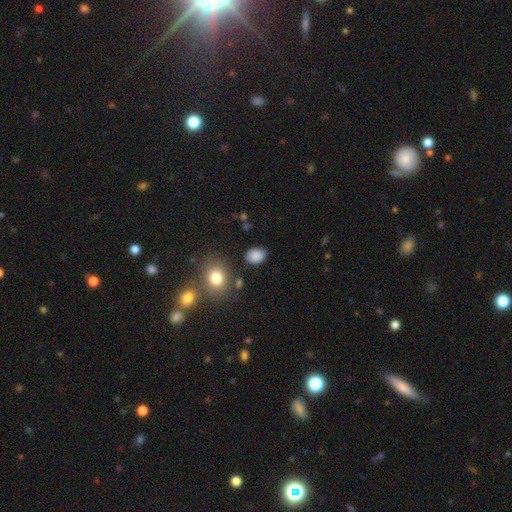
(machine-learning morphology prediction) type=smooth (86%); roundness=in between (63%); merging=none (83%).